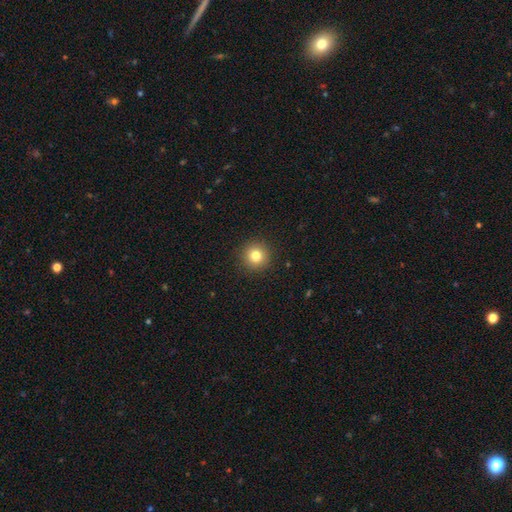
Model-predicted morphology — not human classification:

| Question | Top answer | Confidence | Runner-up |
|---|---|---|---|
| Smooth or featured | smooth | 80% | star or artifact (12%) |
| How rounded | round | 94% | in between (5%) |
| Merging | none | 92% | minor disturbance (5%) |